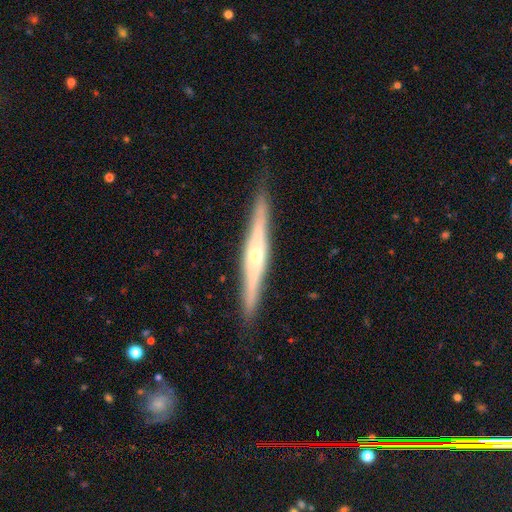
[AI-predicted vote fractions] featured or disk 78%, smooth 17%, star or artifact 6%. Down the decision tree: edge-on disk — yes (96%); edge-on bulge — rounded (76%); merging — none (88%).